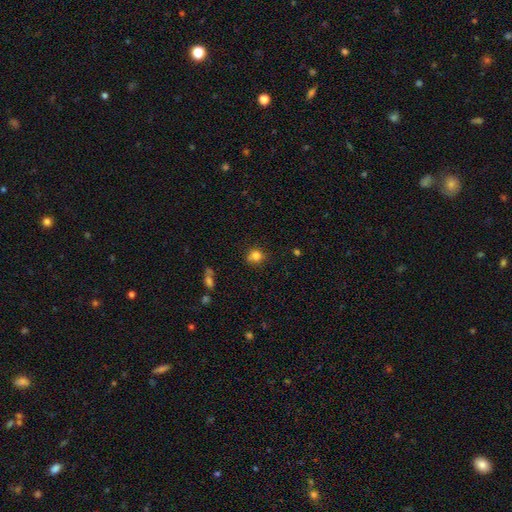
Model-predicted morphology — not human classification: Smooth or featured? Predicted: smooth (p=0.81). How rounded? Predicted: round (p=0.78). Merging? Predicted: none (p=0.73).